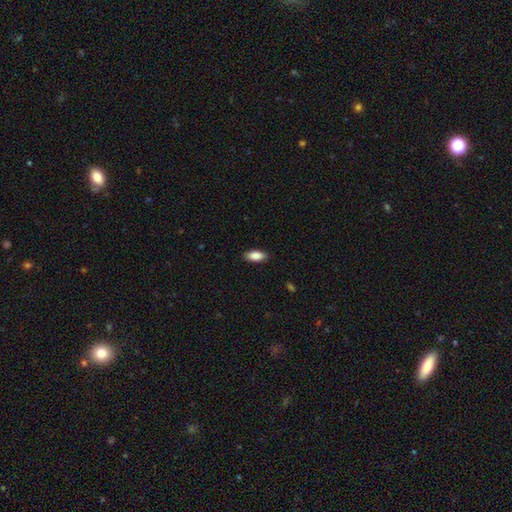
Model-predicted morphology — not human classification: The model was most divided on "how rounded": in between: 87%, cigar-shaped: 11%, round: 2%. More confident: merging — none (89%); smooth or featured — smooth (88%).